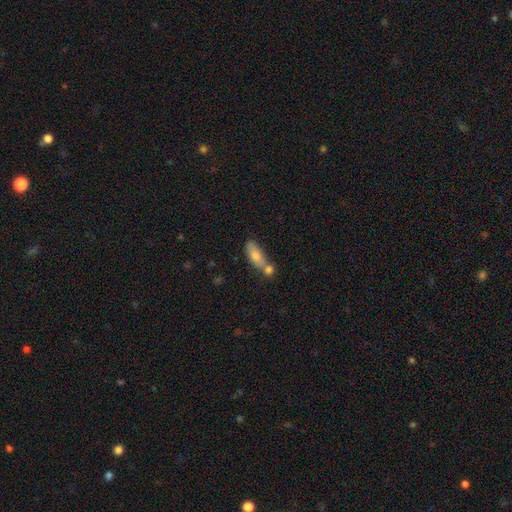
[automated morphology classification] Overall: smooth (70%). How rounded: in between (68%; cigar-shaped 28%). Merging: none (45%; merger 38%).